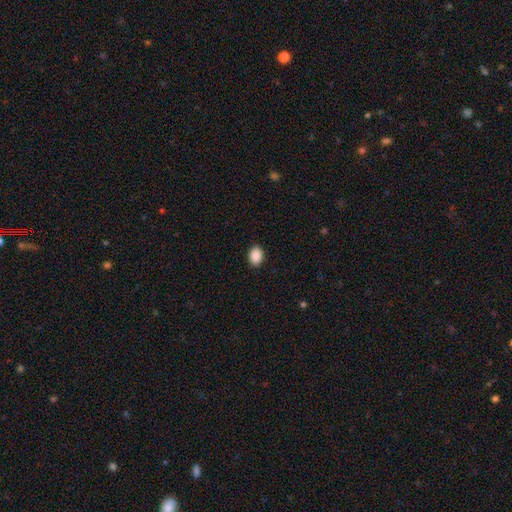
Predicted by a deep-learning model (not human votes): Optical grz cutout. It shows a smooth galaxy with no disk features (90%) that is in between round and cigar-shaped (78%). Merging: none (90%).